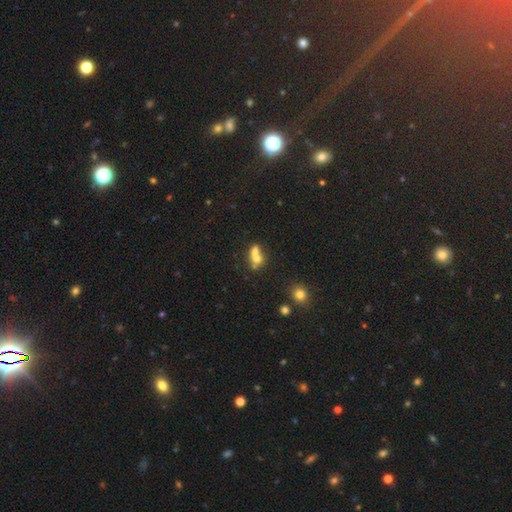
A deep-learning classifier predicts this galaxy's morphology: Smooth or featured?
  - smooth: 63% *
  - featured or disk: 22%
  - star or artifact: 15%
How rounded?
  - round: 53% *
  - in between: 44%
  - cigar-shaped: 2%
Merging?
  - merger: 65% *
  - none: 24%
  - minor disturbance: 7%
  - major disturbance: 4%